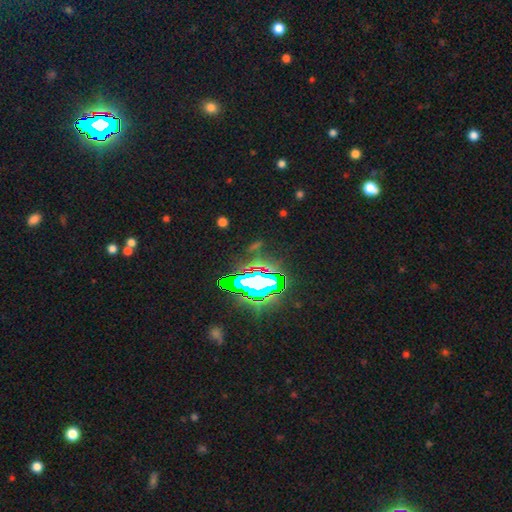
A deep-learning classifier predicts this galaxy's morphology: Smooth or featured? Predicted: star or artifact (p=0.81).